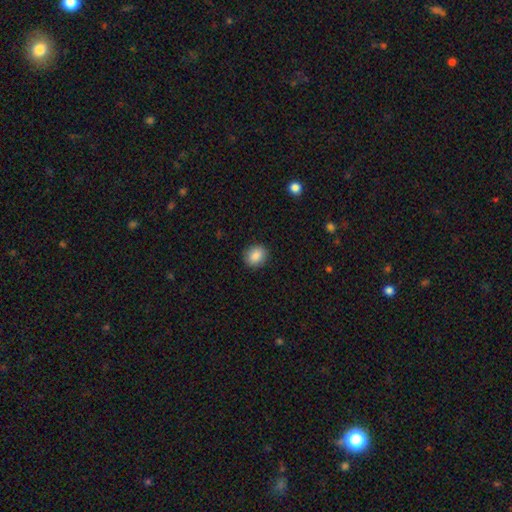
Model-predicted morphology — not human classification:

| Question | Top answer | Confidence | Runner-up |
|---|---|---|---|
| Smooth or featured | smooth | 88% | star or artifact (8%) |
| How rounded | round | 67% | in between (32%) |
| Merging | none | 89% | minor disturbance (8%) |